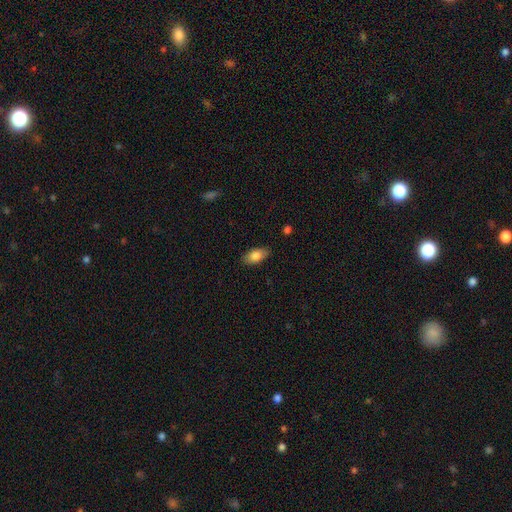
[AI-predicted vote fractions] This appears to be a smooth galaxy with no disk features (82%) that is in between round and cigar-shaped (90%). Merging: none (85%).